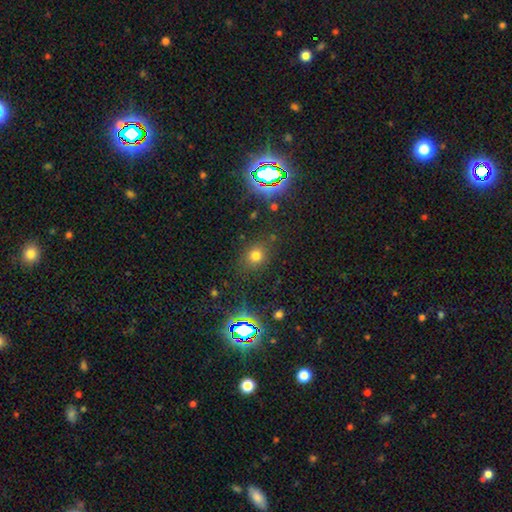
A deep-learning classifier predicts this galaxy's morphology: Smooth or featured? smooth (68%)
How rounded? round (73%)
Merging? none (80%)